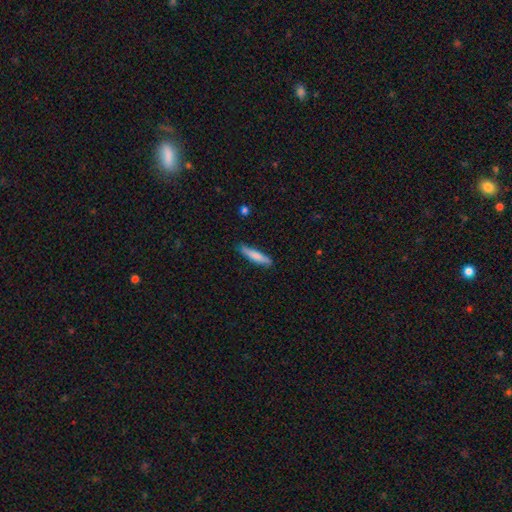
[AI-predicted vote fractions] Smooth or featured? Predicted: smooth (p=0.76). How rounded? Predicted: cigar-shaped (p=0.87). Merging? Predicted: none (p=0.82).